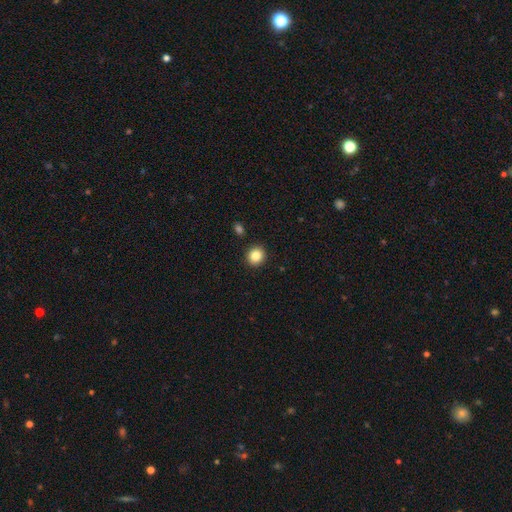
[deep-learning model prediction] A smooth galaxy with no disk features (85%) that is round (87%).

Vote fractions:
- Smooth or featured? smooth: 85% / star or artifact: 10% / featured or disk: 6%
- How rounded? round: 87% / in between: 12% / cigar-shaped: 1%
- Merging? none: 91% / minor disturbance: 5% / merger: 2% / major disturbance: 2%